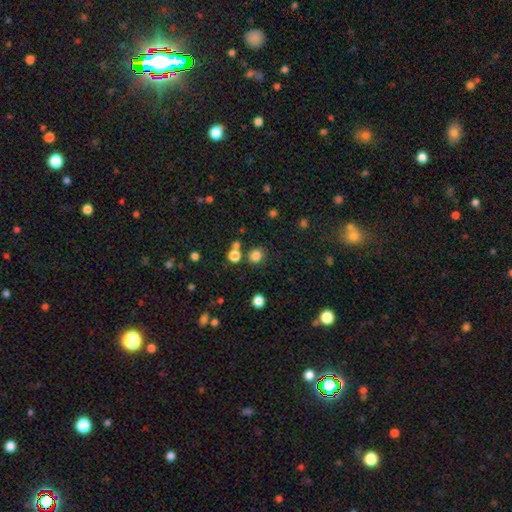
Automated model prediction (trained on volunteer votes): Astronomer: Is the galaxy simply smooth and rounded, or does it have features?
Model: smooth — 80%.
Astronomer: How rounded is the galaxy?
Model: round — 77%.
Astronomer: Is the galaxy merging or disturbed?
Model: none — 75%.